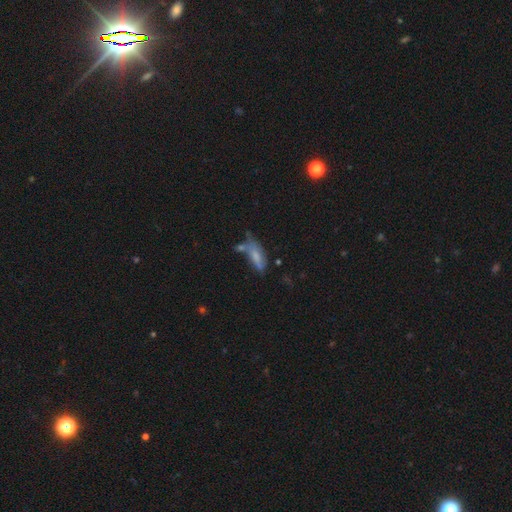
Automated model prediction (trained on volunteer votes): Smooth or featured?
  - smooth: 61% *
  - featured or disk: 29%
  - star or artifact: 10%
How rounded?
  - in between: 70% *
  - cigar-shaped: 27%
  - round: 3%
Merging?
  - none: 37% *
  - minor disturbance: 26%
  - merger: 20%
  - major disturbance: 17%